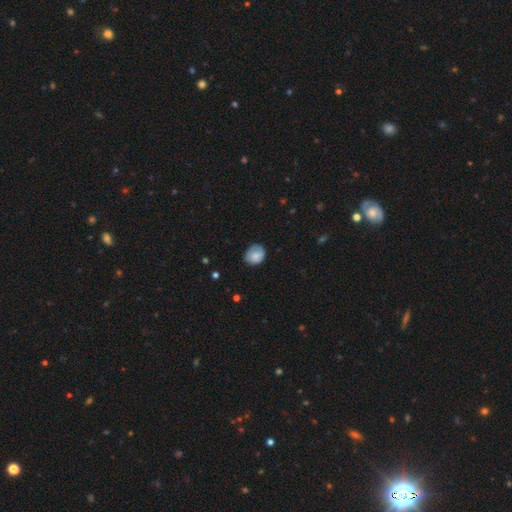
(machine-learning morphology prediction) Q: Smooth or featured?
A: smooth (77%); runner-up: featured or disk (16%)
Q: How rounded?
A: round (65%); runner-up: in between (35%)
Q: Merging?
A: none (65%); runner-up: minor disturbance (27%)